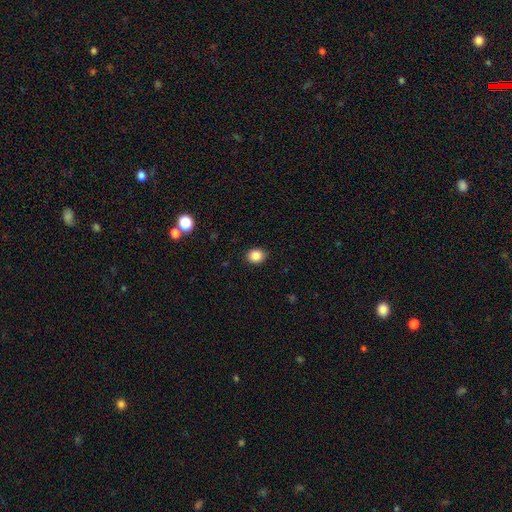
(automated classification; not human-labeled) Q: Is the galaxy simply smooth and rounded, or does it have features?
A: smooth — 87%.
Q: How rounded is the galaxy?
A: round — 65%.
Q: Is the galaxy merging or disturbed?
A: none — 90%.